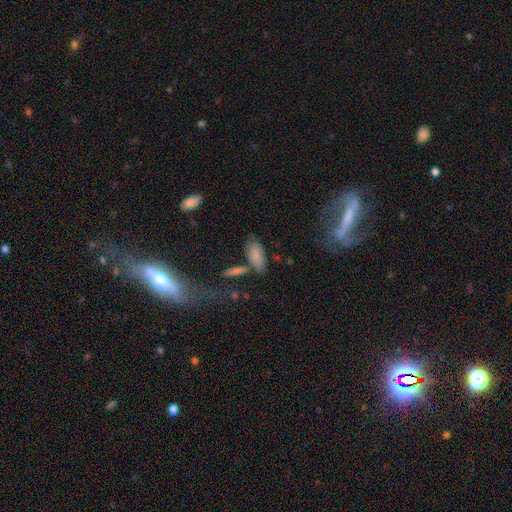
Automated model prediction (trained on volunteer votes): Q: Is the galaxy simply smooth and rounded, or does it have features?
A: smooth — 81%.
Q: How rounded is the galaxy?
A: in between — 84%.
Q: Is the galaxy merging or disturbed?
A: none — 60%.